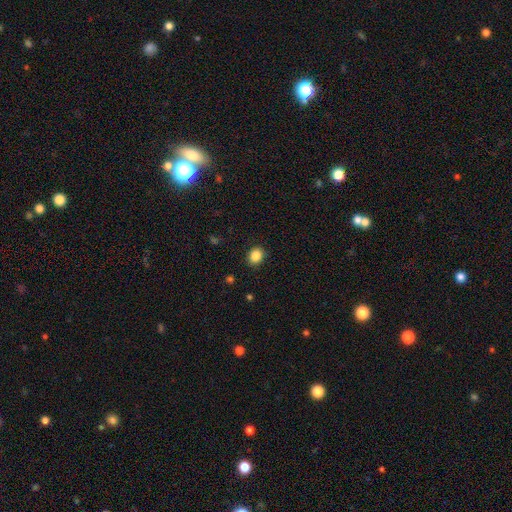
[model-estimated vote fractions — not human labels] Smooth or featured: smooth — 86% (star or artifact — 9%)
How rounded: round — 59% (in between — 40%)
Merging: none — 89% (minor disturbance — 8%)